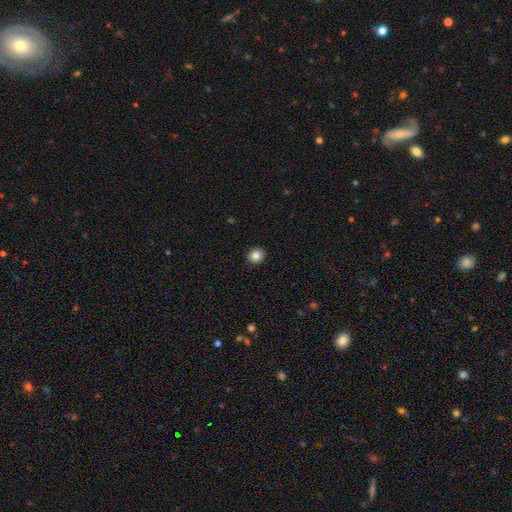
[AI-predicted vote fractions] smooth_or_featured: smooth (p=0.84) [alt: star or artifact p=0.10]
how_rounded: round (p=0.87) [alt: in between p=0.12]
merging: none (p=0.92) [alt: minor disturbance p=0.05]